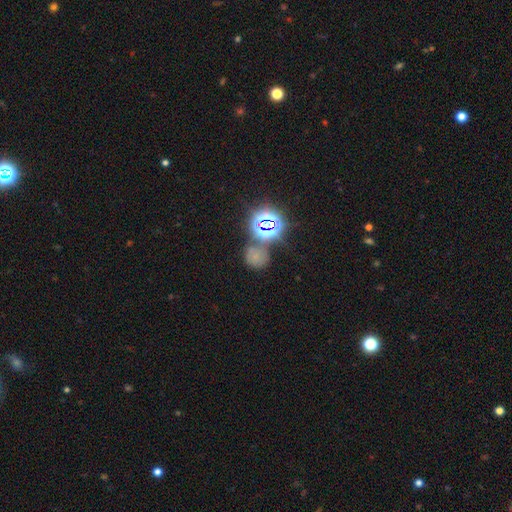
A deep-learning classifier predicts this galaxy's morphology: Overall: smooth (49%; star or artifact 40%). Merging: none (59%).